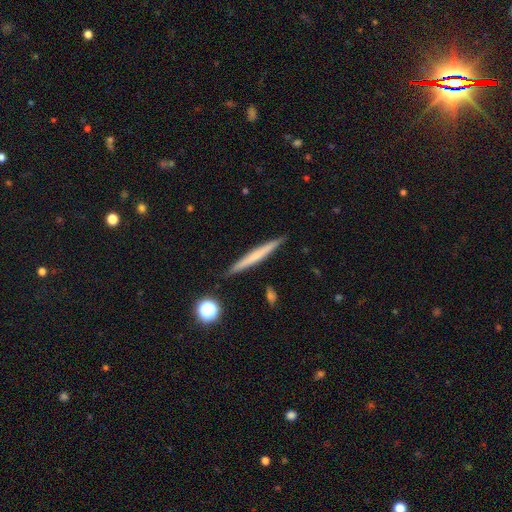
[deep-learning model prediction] Smooth or featured? Predicted: smooth (p=0.53). How rounded? Predicted: cigar-shaped (p=0.96). Merging? Predicted: none (p=0.90).